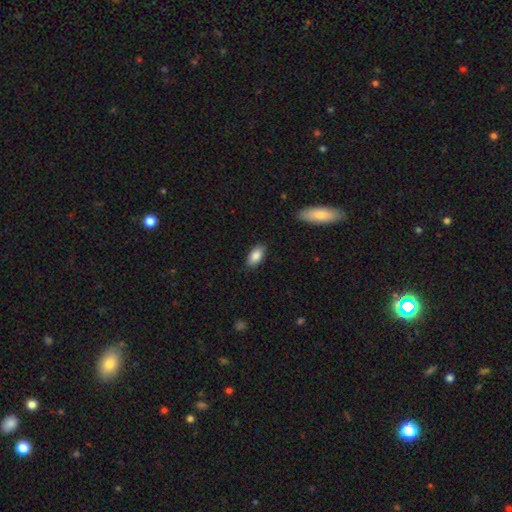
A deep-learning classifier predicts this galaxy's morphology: smooth_or_featured: smooth (p=0.86) [alt: featured or disk p=0.08]
how_rounded: in between (p=0.91) [alt: cigar-shaped p=0.06]
merging: none (p=0.85) [alt: minor disturbance p=0.11]